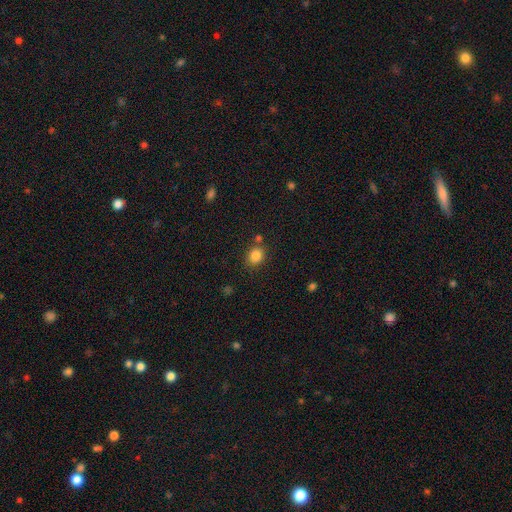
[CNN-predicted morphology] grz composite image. It shows a smooth galaxy with no disk features (85%) that is round (64%). Merging: none (77%).